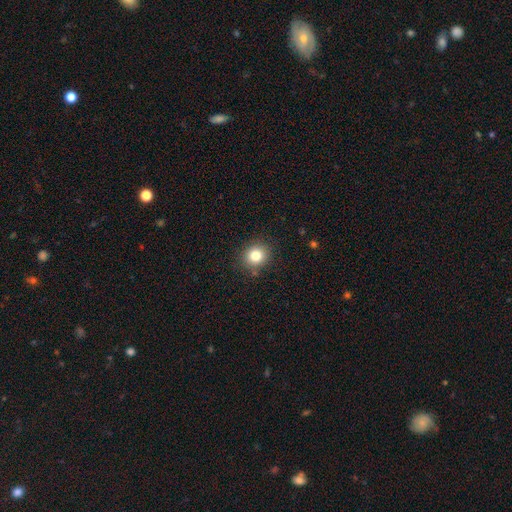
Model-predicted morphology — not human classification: The model was most divided on "how rounded": round: 80%, in between: 19%, cigar-shaped: 1%. More confident: merging — none (87%); smooth or featured — smooth (81%).